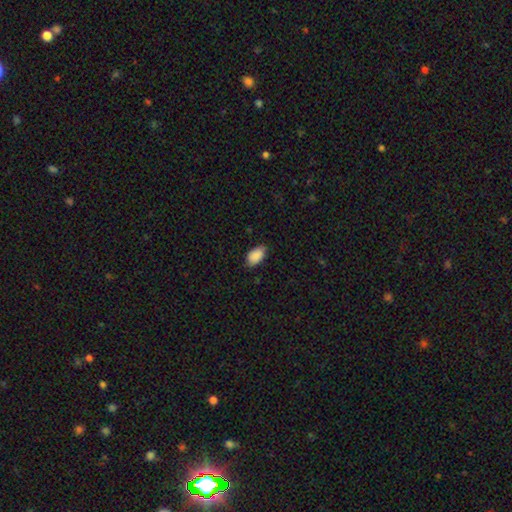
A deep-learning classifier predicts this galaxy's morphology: Overall: smooth (90%). How rounded: in between (94%). Merging: none (79%).